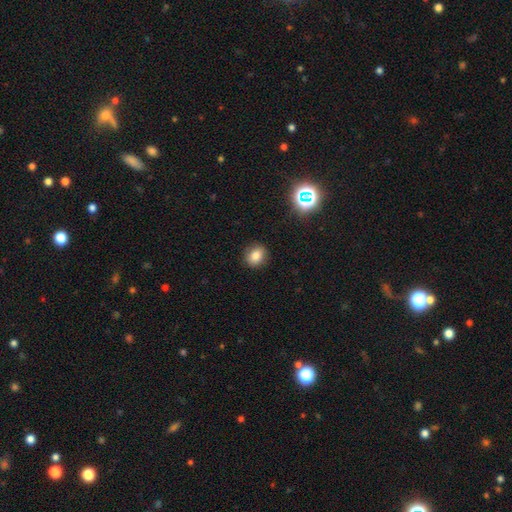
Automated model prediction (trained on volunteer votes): Morphology: type=smooth (79%); roundness=round (71%); merging=none (88%).